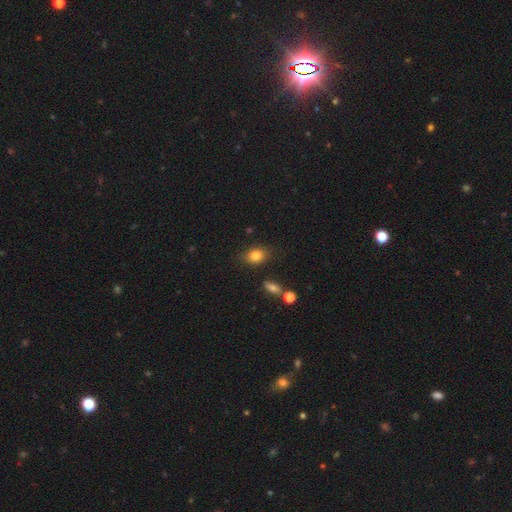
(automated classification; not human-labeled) smooth 81%, star or artifact 11%, featured or disk 8%. Down the decision tree: how rounded — in between (57%); merging — none (78%).